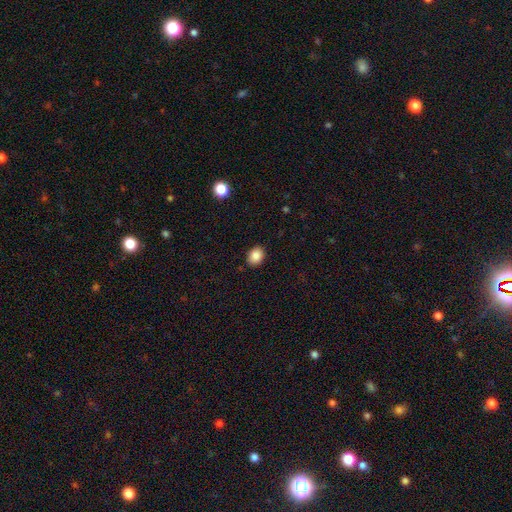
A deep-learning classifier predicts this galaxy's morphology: Smooth or featured? smooth (86%)
How rounded? in between (56%)
Merging? none (88%)